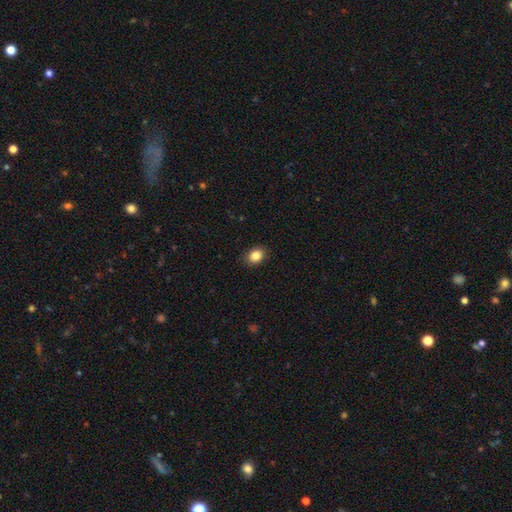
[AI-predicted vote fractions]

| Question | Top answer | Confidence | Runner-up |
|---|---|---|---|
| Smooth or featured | smooth | 85% | star or artifact (9%) |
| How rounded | in between | 62% | round (38%) |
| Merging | none | 89% | minor disturbance (8%) |